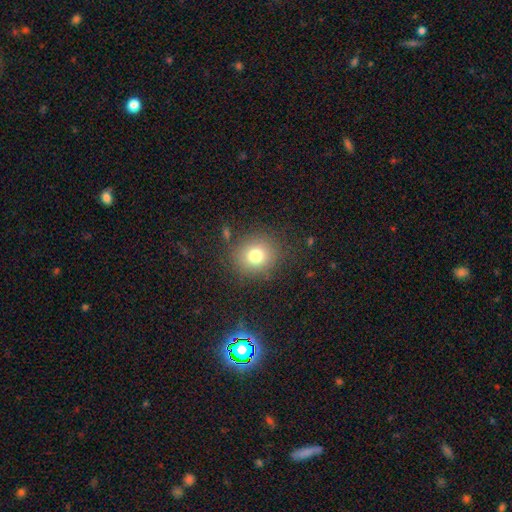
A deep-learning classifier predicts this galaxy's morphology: type=smooth (77%); roundness=round (82%); merging=none (84%).